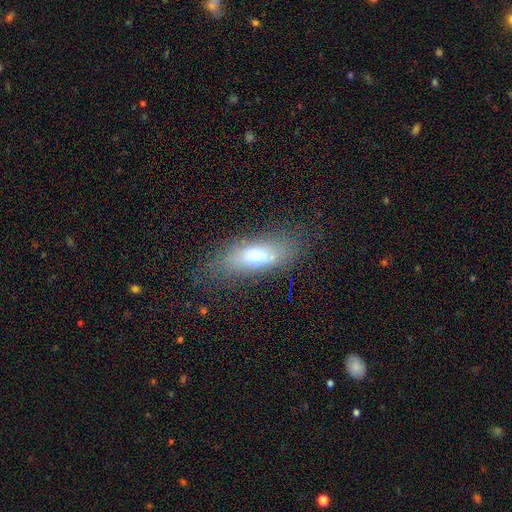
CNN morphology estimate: This is likely a smooth galaxy (63%). How rounded: likely in between (73%). Merging: likely none (70%).